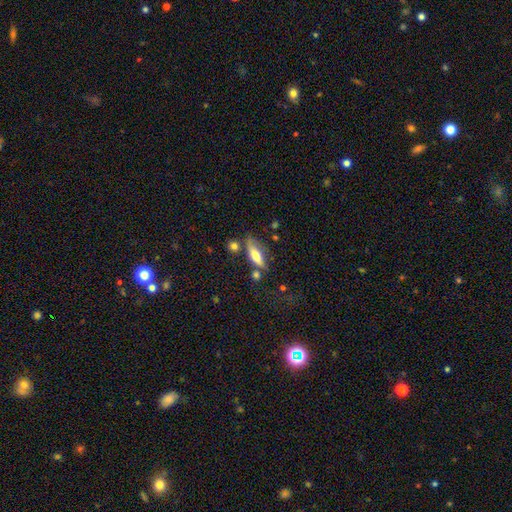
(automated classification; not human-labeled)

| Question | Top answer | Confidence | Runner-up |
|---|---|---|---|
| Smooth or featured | smooth | 62% | featured or disk (31%) |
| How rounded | in between | 51% | cigar-shaped (46%) |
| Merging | none | 59% | minor disturbance (21%) |